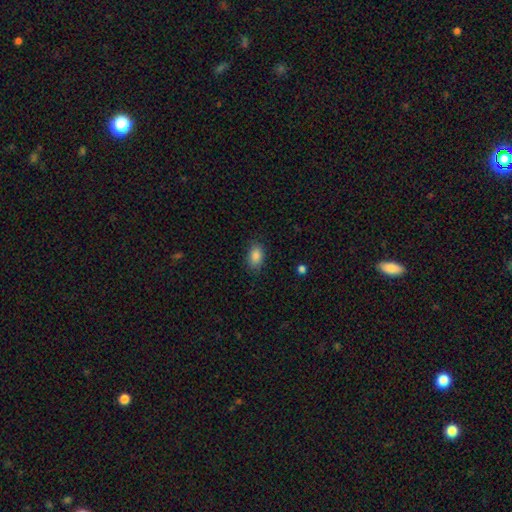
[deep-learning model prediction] Smooth or featured? Predicted: smooth (p=0.87). How rounded? Predicted: in between (p=0.88). Merging? Predicted: none (p=0.84).